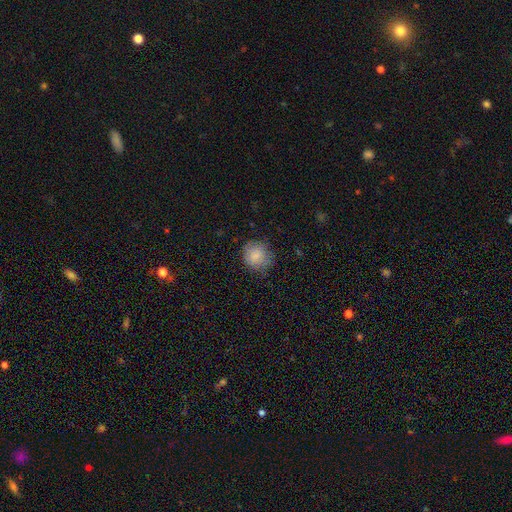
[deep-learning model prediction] This is clearly a smooth galaxy (83%). How rounded: clearly round (86%). Merging: likely none (74%).